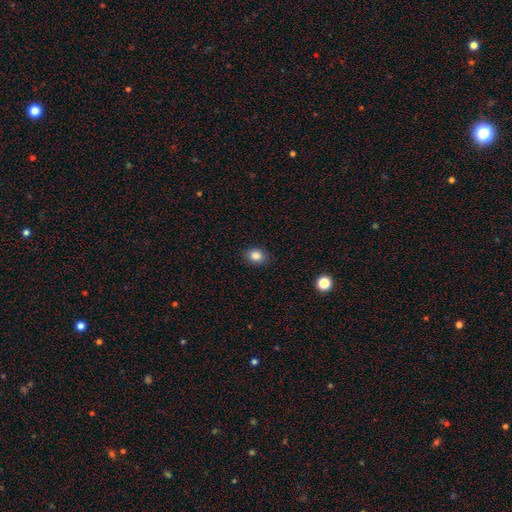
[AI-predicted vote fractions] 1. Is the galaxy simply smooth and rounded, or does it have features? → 85% smooth, 10% star or artifact, 5% featured or disk.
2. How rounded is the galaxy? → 56% in between, 43% round, 1% cigar-shaped.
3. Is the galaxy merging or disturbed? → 87% none, 9% minor disturbance, 2% major disturbance, 1% merger.